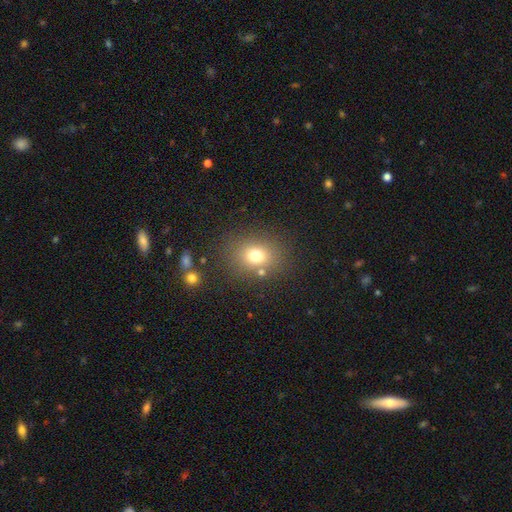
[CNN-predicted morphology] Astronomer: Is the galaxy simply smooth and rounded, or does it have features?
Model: smooth — 73%.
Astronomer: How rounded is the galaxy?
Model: round — 59% (runner-up: in between, 40%).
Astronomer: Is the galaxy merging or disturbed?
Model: none — 77%.